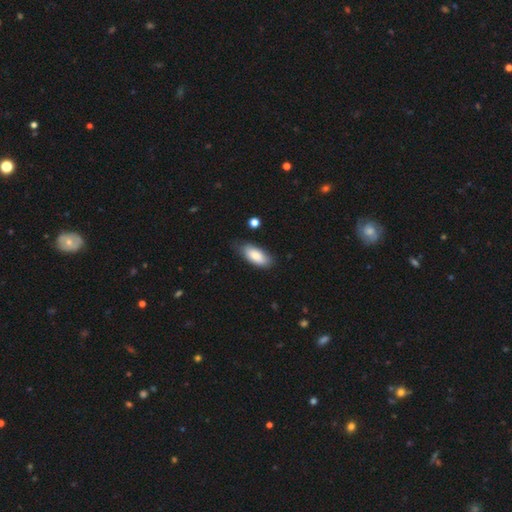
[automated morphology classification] A smooth galaxy with no disk features (83%) that is in between round and cigar-shaped (85%). Merging: none (70%).